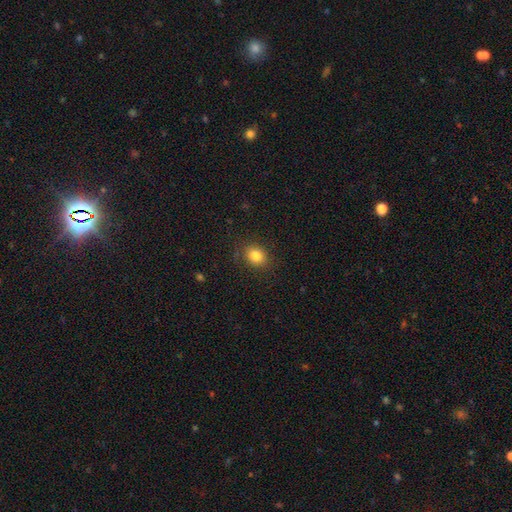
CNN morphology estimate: This appears to be a smooth galaxy with no disk features (82%) that is round (52%). Merging: none (86%).